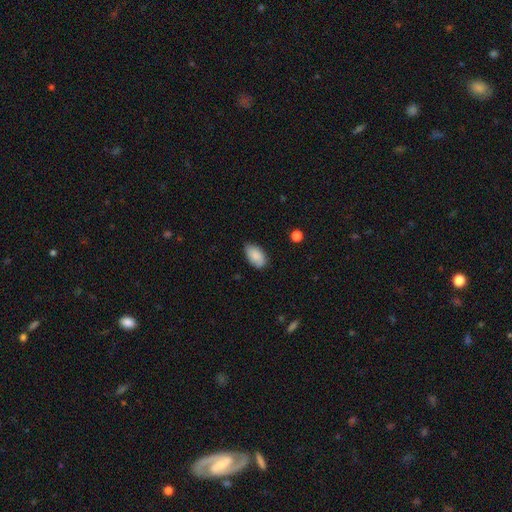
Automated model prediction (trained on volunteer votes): smooth_or_featured: smooth (p=0.86) [alt: featured or disk p=0.07]
how_rounded: in between (p=0.93) [alt: round p=0.05]
merging: none (p=0.74) [alt: minor disturbance p=0.22]